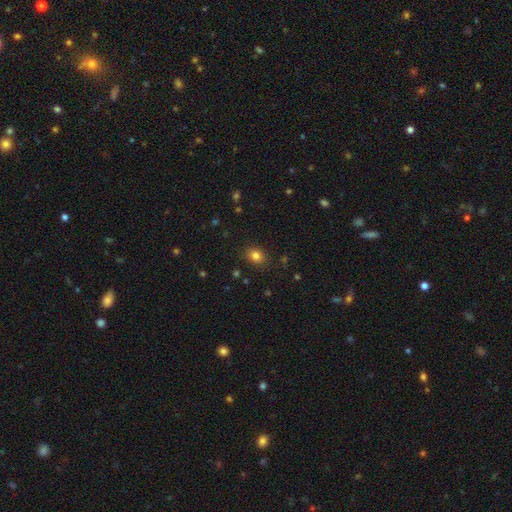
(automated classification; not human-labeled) Smooth or featured? smooth (81%)
How rounded? in between (52%)
Merging? none (85%)